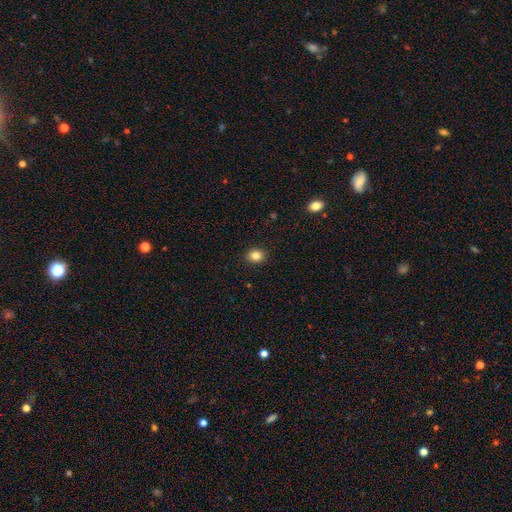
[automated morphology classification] type=smooth (84%); roundness=round (67%); merging=none (91%).